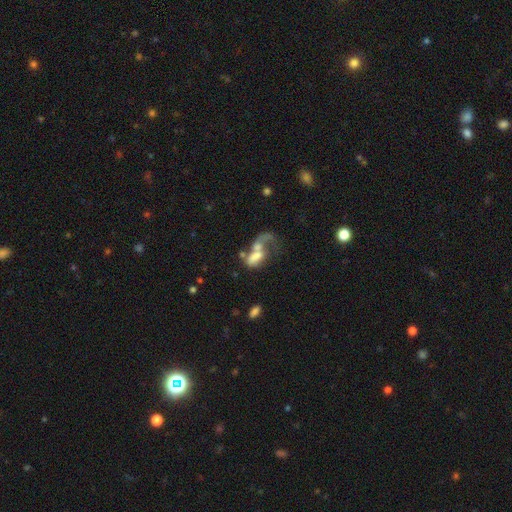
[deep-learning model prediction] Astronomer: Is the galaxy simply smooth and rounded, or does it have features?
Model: smooth — 48% (runner-up: featured or disk, 42%).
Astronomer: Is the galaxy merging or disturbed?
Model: merger — 43% (runner-up: major disturbance, 37%).